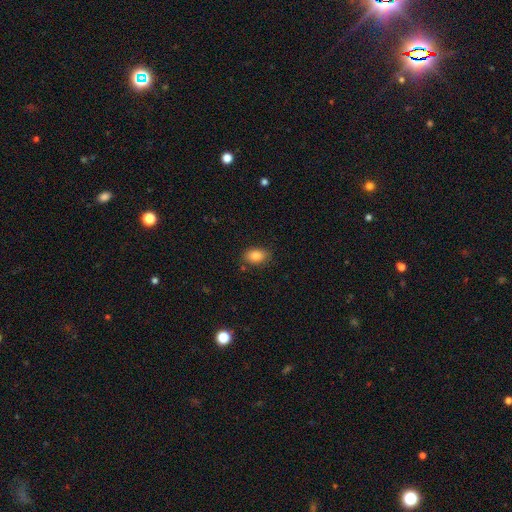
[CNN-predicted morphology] The model was most divided on "how rounded": in between: 84%, round: 15%, cigar-shaped: 1%. More confident: smooth or featured — smooth (84%); merging — none (82%).